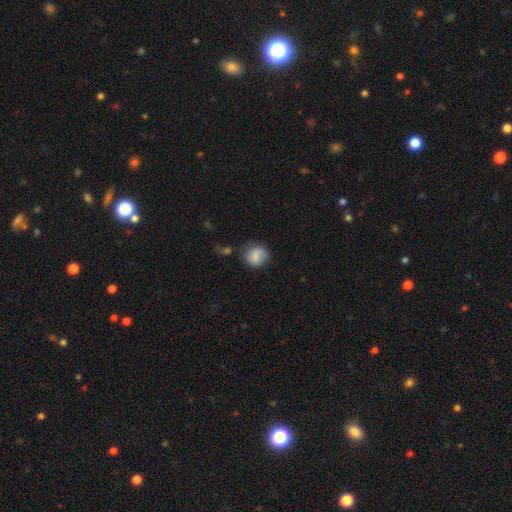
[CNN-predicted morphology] Smooth or featured: smooth — 74% (featured or disk — 17%)
How rounded: round — 75% (in between — 24%)
Merging: none — 66% (minor disturbance — 22%)